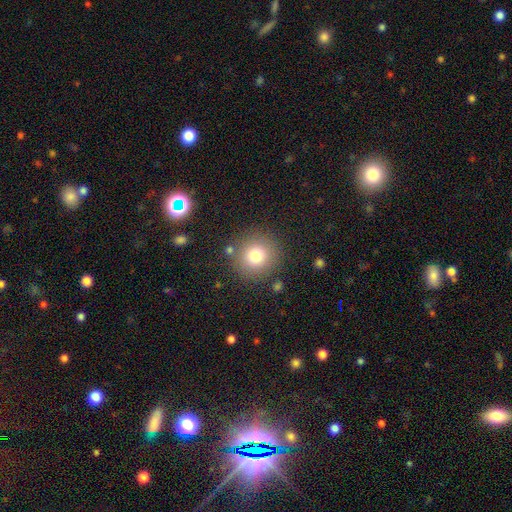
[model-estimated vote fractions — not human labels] Q: Smooth or featured?
A: smooth (78%); runner-up: star or artifact (12%)
Q: How rounded?
A: round (93%); runner-up: in between (6%)
Q: Merging?
A: none (84%); runner-up: minor disturbance (8%)